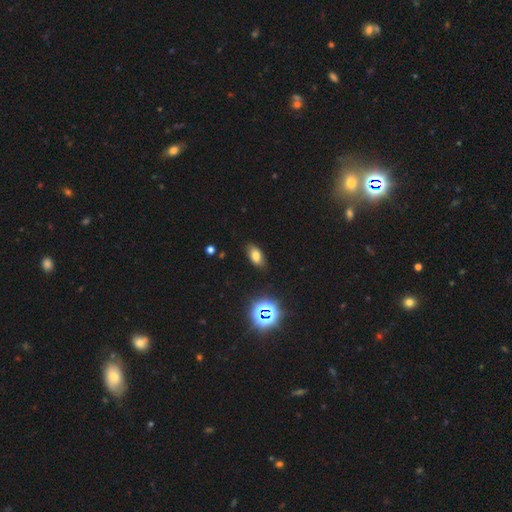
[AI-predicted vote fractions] Overall: smooth (73%). How rounded: in between (88%). Merging: none (83%).